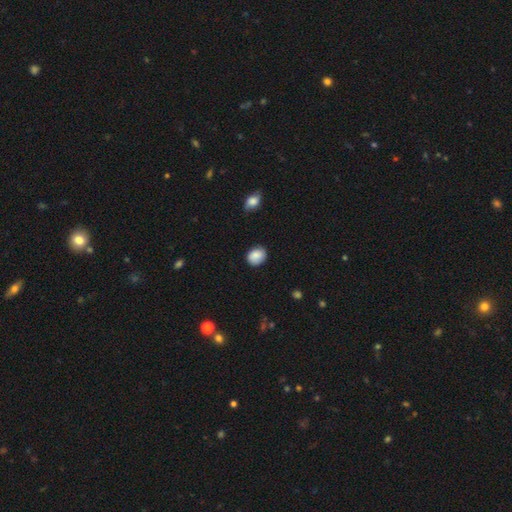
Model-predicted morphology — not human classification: Smooth or featured? smooth (86%)
How rounded? round (58%)
Merging? none (83%)